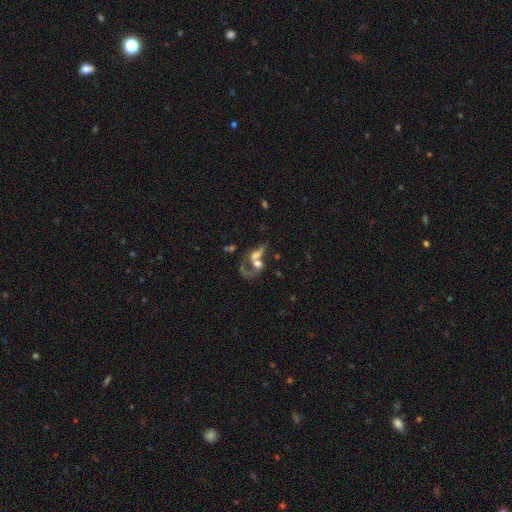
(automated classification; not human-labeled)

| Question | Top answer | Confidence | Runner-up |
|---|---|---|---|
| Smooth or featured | featured or disk | 52% | smooth (33%) |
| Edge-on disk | no | 94% | yes (6%) |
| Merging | merger | 59% | major disturbance (20%) |